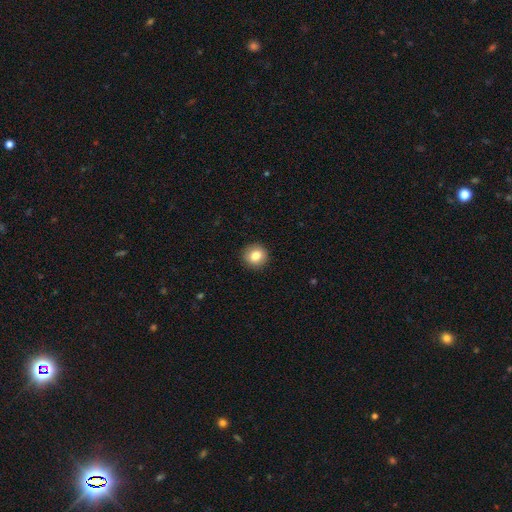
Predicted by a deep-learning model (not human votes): A smooth galaxy with no disk features (84%) that is round (91%).

Vote fractions:
- Smooth or featured? smooth: 84% / star or artifact: 9% / featured or disk: 7%
- How rounded? round: 91% / in between: 8% / cigar-shaped: 1%
- Merging? none: 92% / minor disturbance: 6% / major disturbance: 2% / merger: 1%